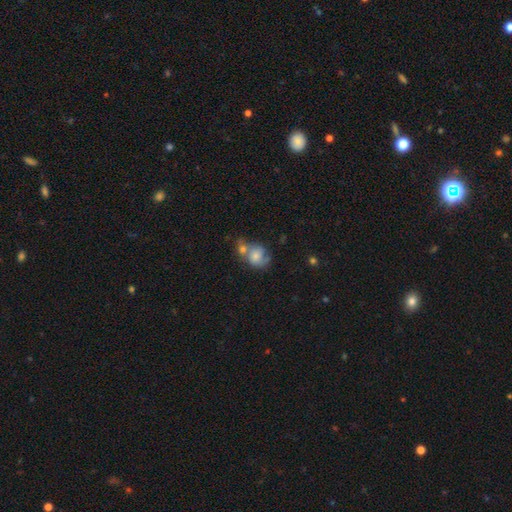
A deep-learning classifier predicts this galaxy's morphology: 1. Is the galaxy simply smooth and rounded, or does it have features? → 66% smooth, 25% featured or disk, 9% star or artifact.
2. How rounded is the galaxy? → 55% round, 43% in between, 1% cigar-shaped.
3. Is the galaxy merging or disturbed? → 47% merger, 27% none, 16% minor disturbance, 10% major disturbance.